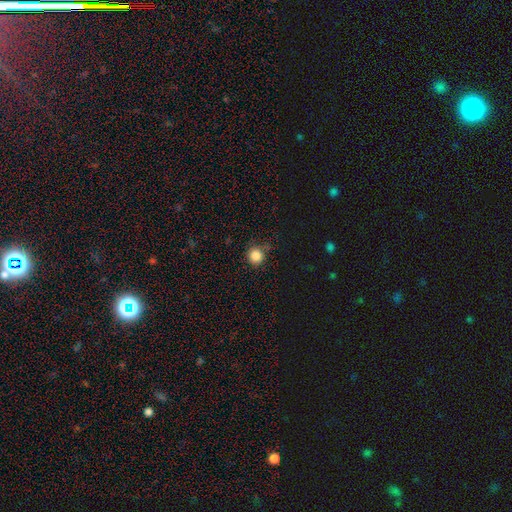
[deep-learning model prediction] A smooth galaxy with no disk features (84%) that is round (93%). Merging: none (81%).